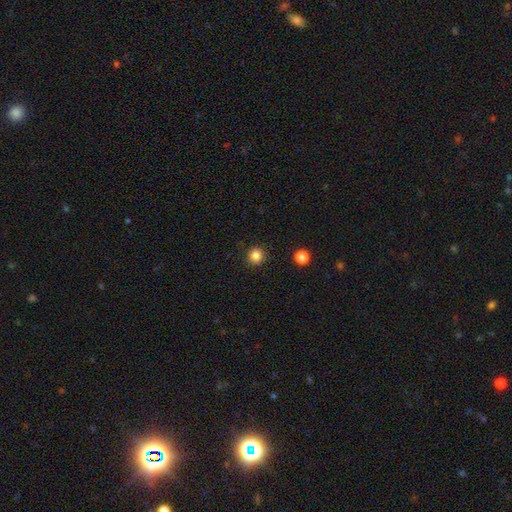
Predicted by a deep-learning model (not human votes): smooth 83%, star or artifact 12%, featured or disk 4%. Down the decision tree: how rounded — round (94%); merging — none (91%).